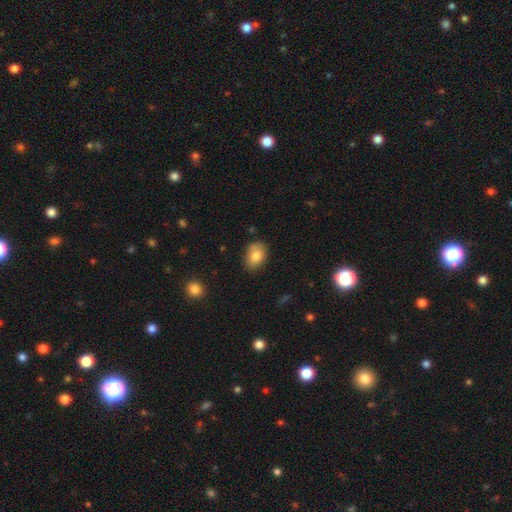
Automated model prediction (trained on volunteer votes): Q: Smooth or featured?
A: smooth (80%); runner-up: featured or disk (12%)
Q: How rounded?
A: in between (80%); runner-up: round (19%)
Q: Merging?
A: none (73%); runner-up: minor disturbance (20%)